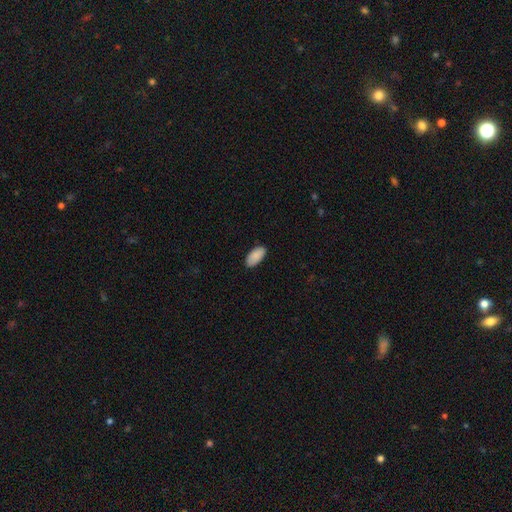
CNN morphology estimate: Overall: smooth (90%). How rounded: in between (94%). Merging: none (86%).